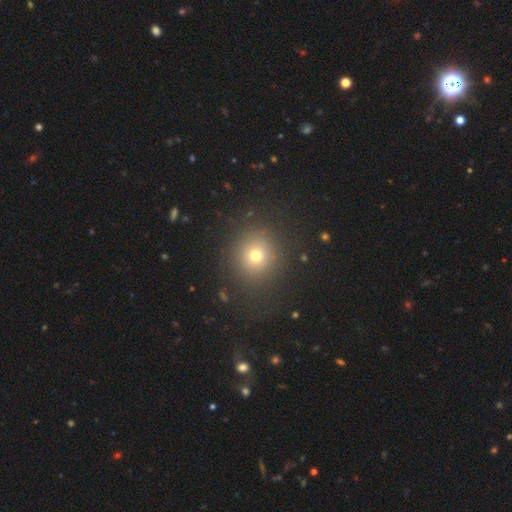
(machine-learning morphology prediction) This appears to be a smooth galaxy with no disk features (72%) that is round (88%). Merging: none (86%).